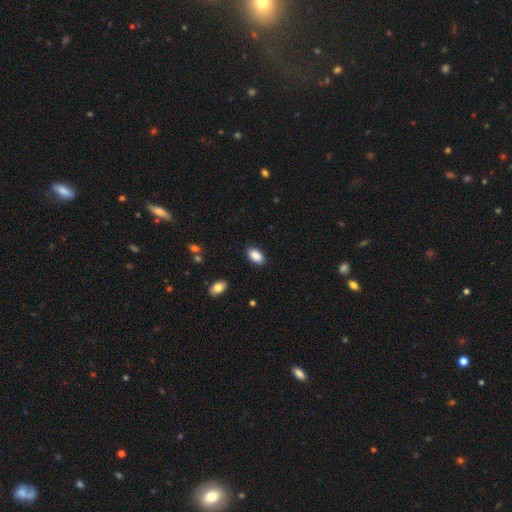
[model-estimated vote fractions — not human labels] smooth_or_featured: smooth (p=0.89) [alt: star or artifact p=0.07]
how_rounded: in between (p=0.93) [alt: round p=0.05]
merging: none (p=0.88) [alt: minor disturbance p=0.09]